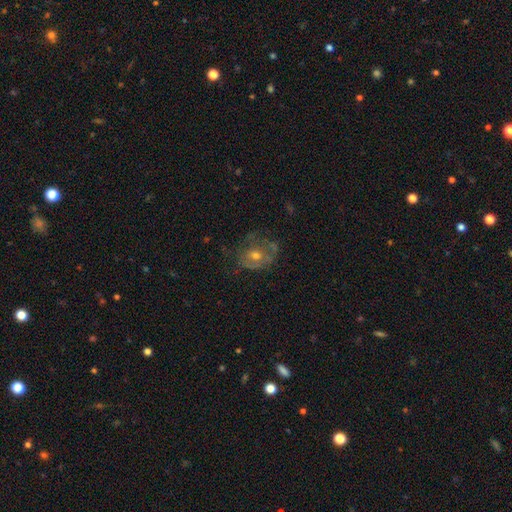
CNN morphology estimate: Smooth or featured?
  - featured or disk: 62% *
  - smooth: 27%
  - star or artifact: 12%
Edge-on disk?
  - no: 96% *
  - yes: 4%
Bar?
  - no: 76% *
  - weak: 20%
  - strong: 4%
Spiral arms?
  - no: 51% *
  - yes: 49%
Bulge size?
  - moderate: 63% *
  - small: 29%
  - large: 4%
  - none: 2%
  - dominant: 1%
Merging?
  - none: 50% *
  - minor disturbance: 24%
  - major disturbance: 23%
  - merger: 2%